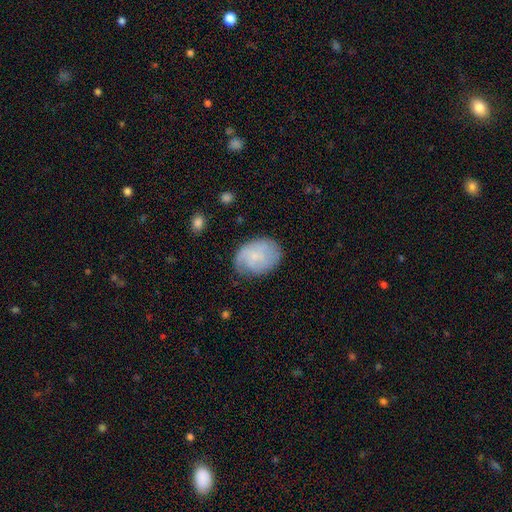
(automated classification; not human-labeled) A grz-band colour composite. It shows a featured or disk galaxy (48%). Merging: none (65%).